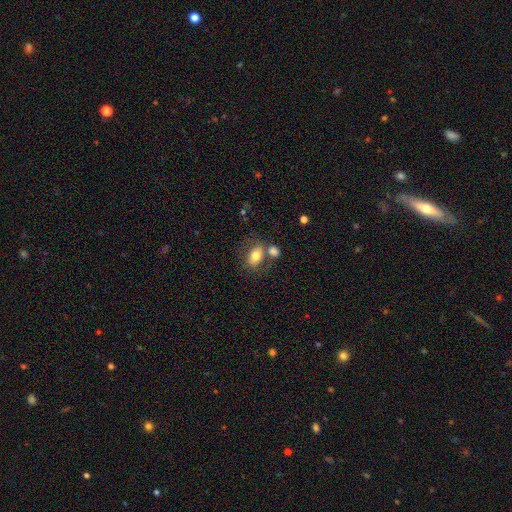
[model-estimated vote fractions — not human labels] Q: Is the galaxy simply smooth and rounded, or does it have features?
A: smooth — 73%.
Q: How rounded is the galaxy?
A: in between — 80%.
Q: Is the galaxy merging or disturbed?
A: none — 49%.